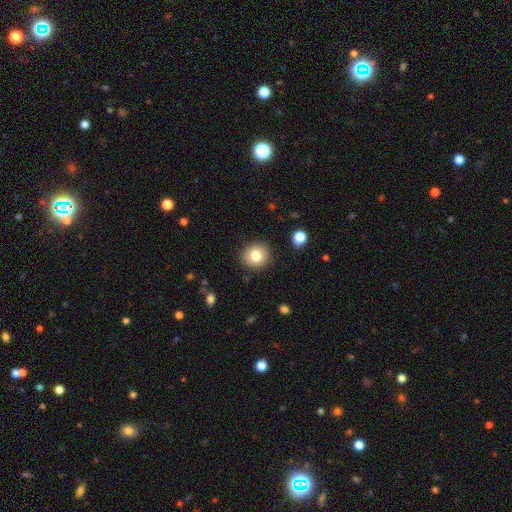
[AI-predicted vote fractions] smooth 81%, star or artifact 10%, featured or disk 9%. Down the decision tree: how rounded — round (86%); merging — none (89%).